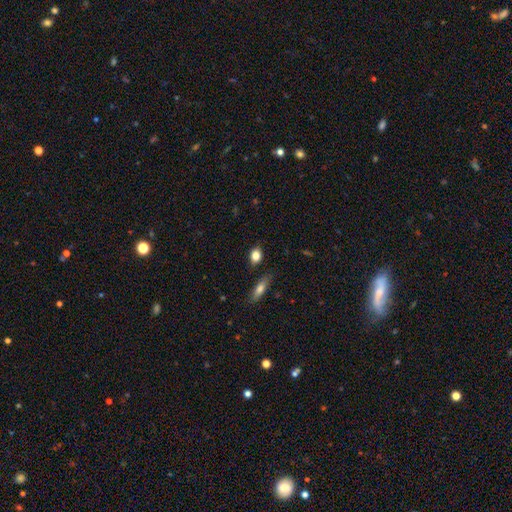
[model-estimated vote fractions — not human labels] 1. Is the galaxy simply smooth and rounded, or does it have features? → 83% smooth, 10% star or artifact, 8% featured or disk.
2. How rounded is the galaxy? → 61% in between, 35% round, 4% cigar-shaped.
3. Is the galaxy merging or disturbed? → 81% none, 13% minor disturbance, 3% major disturbance, 3% merger.